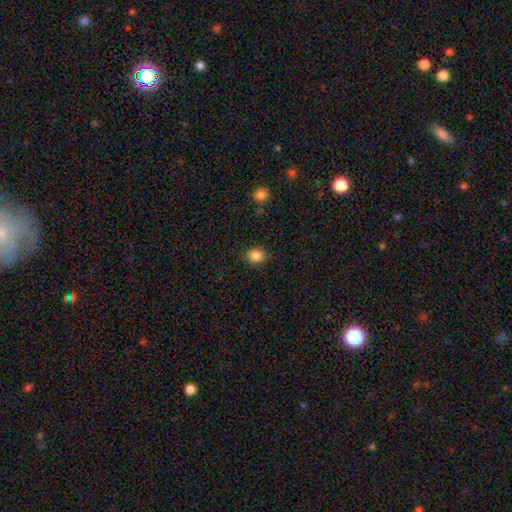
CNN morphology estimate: Smooth or featured?
  - smooth: 86% *
  - star or artifact: 10%
  - featured or disk: 3%
How rounded?
  - round: 59% *
  - in between: 40%
  - cigar-shaped: 1%
Merging?
  - none: 85% *
  - minor disturbance: 11%
  - major disturbance: 3%
  - merger: 1%